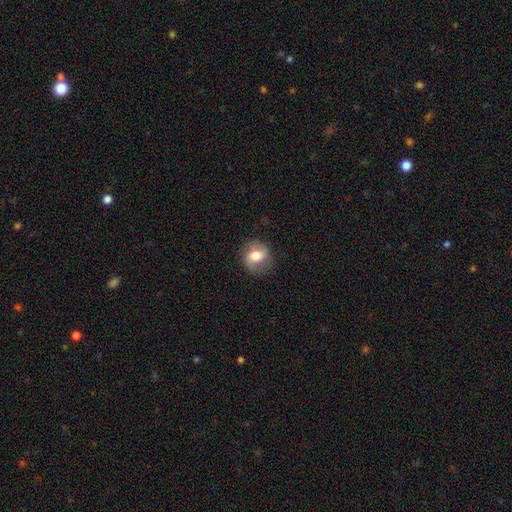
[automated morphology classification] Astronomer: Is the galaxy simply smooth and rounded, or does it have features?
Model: featured or disk — 48% (runner-up: smooth, 44%).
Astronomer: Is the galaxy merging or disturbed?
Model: none — 80%.